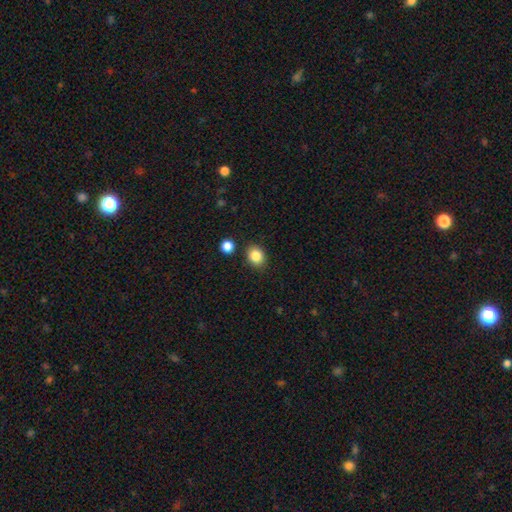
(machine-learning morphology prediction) The model was most divided on "how rounded": round: 55%, in between: 44%, cigar-shaped: 1%. More confident: merging — none (85%); smooth or featured — smooth (85%).